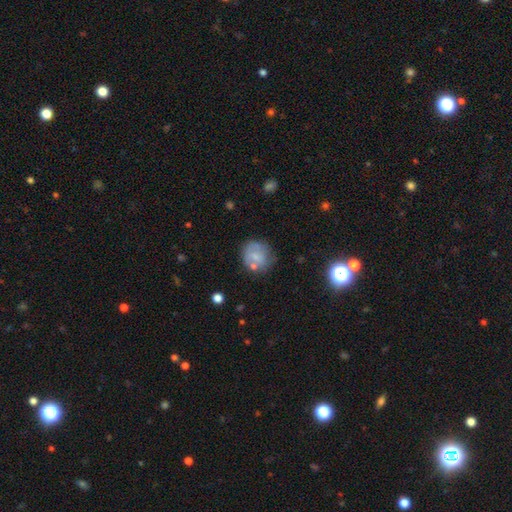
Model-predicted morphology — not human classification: A smooth galaxy with no disk features (58%) that is round (82%).

Vote fractions:
- Smooth or featured? smooth: 58% / featured or disk: 33% / star or artifact: 9%
- How rounded? round: 82% / in between: 17% / cigar-shaped: 1%
- Merging? none: 56% / minor disturbance: 23% / merger: 11% / major disturbance: 10%